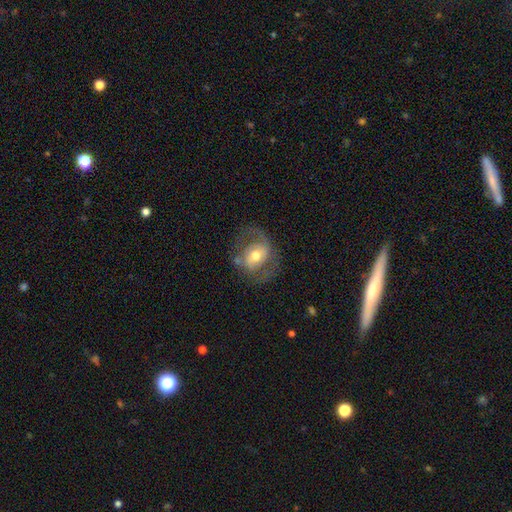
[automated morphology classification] Smooth or featured? Predicted: featured or disk (p=0.63). Edge-on disk? Predicted: no (p=0.96). Bar? Predicted: no (p=0.46). Spiral arms? Predicted: yes (p=0.68). Bulge size? Predicted: moderate (p=0.72). Merging? Predicted: none (p=0.59).